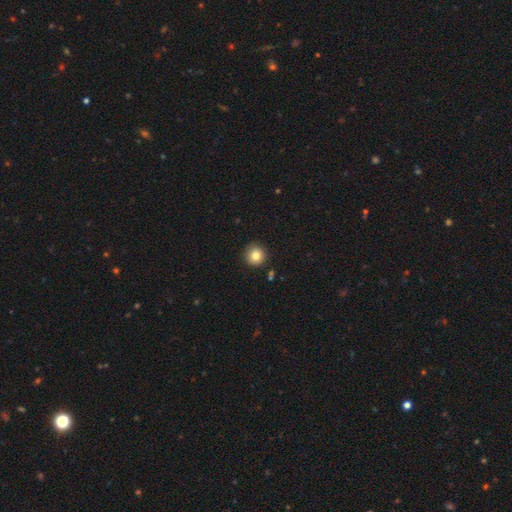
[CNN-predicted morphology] Smooth or featured? Predicted: smooth (p=0.83). How rounded? Predicted: round (p=0.95). Merging? Predicted: none (p=0.90).